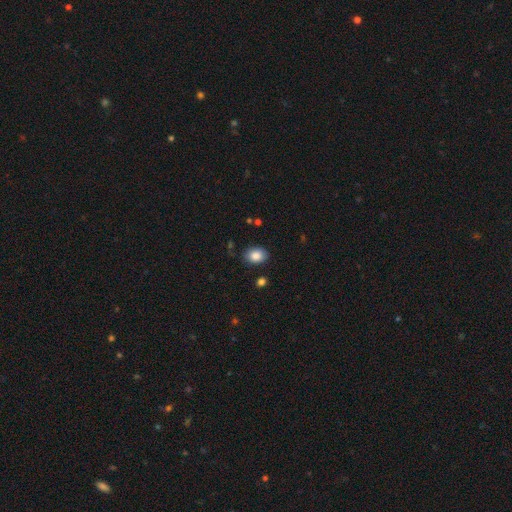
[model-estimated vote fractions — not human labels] smooth 87%, star or artifact 8%, featured or disk 5%. Down the decision tree: how rounded — in between (68%); merging — none (84%).